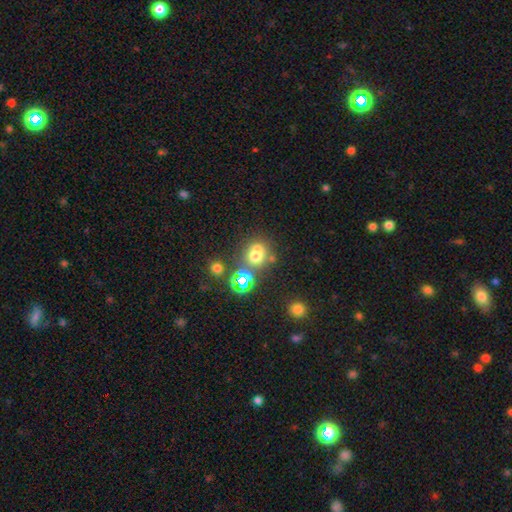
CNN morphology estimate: This is likely a smooth galaxy (64%). How rounded: likely round (79%). Merging: possibly none (55%).